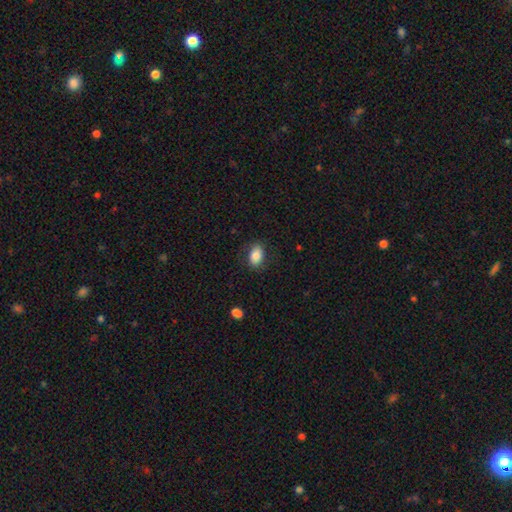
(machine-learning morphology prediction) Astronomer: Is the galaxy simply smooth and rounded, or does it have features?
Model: smooth — 83%.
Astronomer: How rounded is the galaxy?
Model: in between — 85%.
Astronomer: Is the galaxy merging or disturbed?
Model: none — 79%.